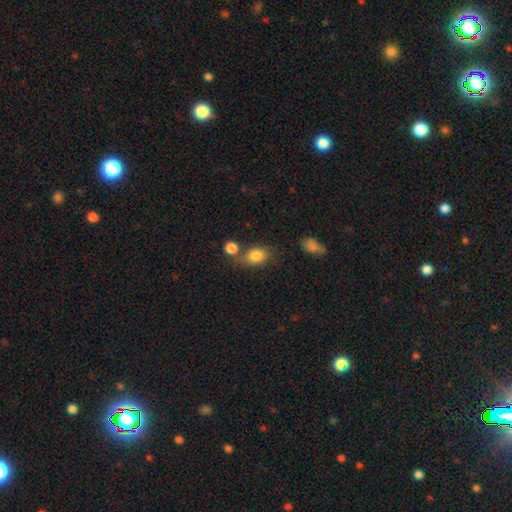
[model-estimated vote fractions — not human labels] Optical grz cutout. It shows a smooth galaxy with no disk features (83%) that is in between round and cigar-shaped (66%). Merging: none (56%).